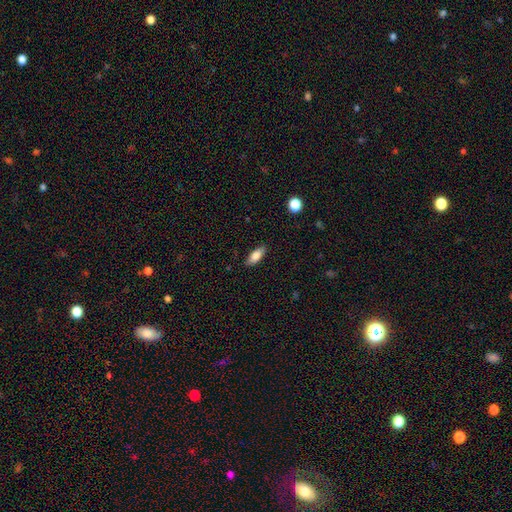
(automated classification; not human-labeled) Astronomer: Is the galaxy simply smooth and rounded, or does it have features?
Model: smooth — 81%.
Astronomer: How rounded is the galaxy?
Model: in between — 74%.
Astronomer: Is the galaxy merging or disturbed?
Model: none — 86%.